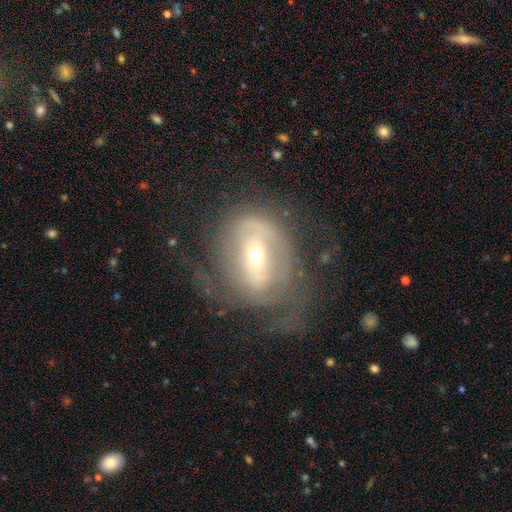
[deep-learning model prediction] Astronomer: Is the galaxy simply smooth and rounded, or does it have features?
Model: featured or disk — 76%.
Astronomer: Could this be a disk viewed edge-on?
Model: no — 95%.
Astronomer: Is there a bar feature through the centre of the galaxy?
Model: weak — 38% (runner-up: strong, 32%).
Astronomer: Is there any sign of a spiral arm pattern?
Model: yes — 75%.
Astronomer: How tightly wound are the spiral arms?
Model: tight — 48% (runner-up: medium, 35%).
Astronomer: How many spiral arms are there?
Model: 2 — 42% (runner-up: can't tell, 36%).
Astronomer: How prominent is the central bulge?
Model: small — 57% (runner-up: moderate, 38%).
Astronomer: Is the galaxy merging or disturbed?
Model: none — 48% (runner-up: major disturbance, 28%).